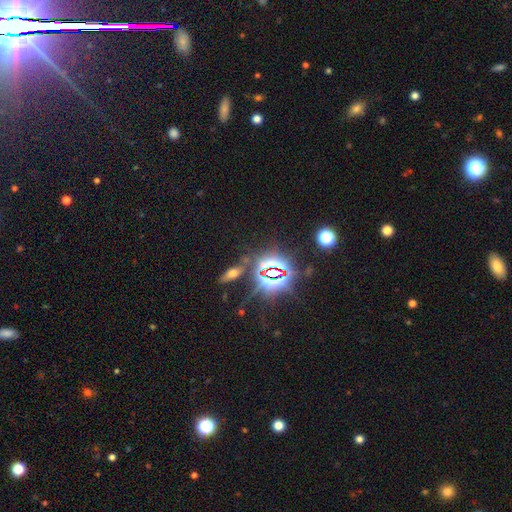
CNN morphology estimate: star or artifact 83%, smooth 11%, featured or disk 7%.